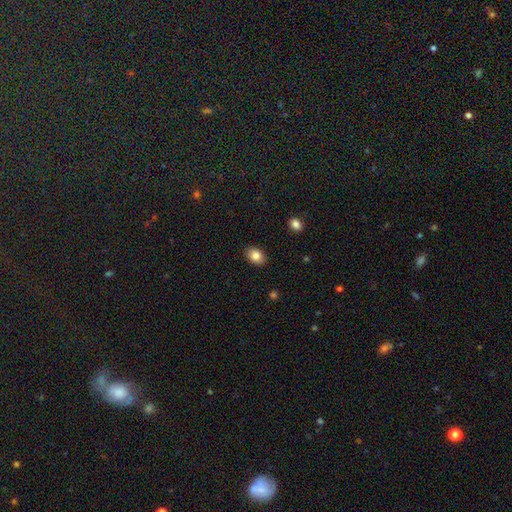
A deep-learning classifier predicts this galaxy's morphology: smooth_or_featured: smooth (p=0.85) [alt: star or artifact p=0.08]
how_rounded: in between (p=0.79) [alt: round p=0.20]
merging: none (p=0.88) [alt: minor disturbance p=0.08]